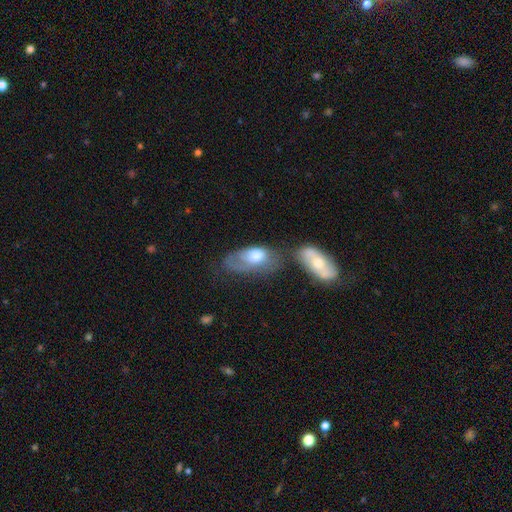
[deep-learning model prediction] smooth-or-featured: smooth: 58% | featured or disk: 35% | star or artifact: 7%
  how-rounded: in between: 90% | round: 6% | cigar-shaped: 4%
  merging: merger: 29% | major disturbance: 27% | none: 23% | minor disturbance: 22%